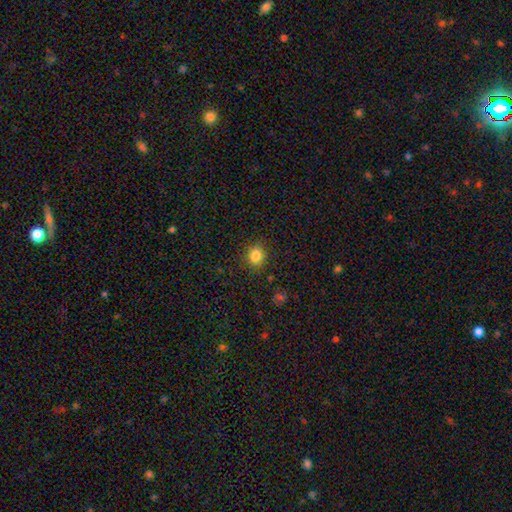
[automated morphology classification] Smooth or featured?
  - smooth: 83% *
  - star or artifact: 12%
  - featured or disk: 5%
How rounded?
  - round: 79% *
  - in between: 20%
  - cigar-shaped: 1%
Merging?
  - none: 87% *
  - minor disturbance: 9%
  - major disturbance: 3%
  - merger: 1%